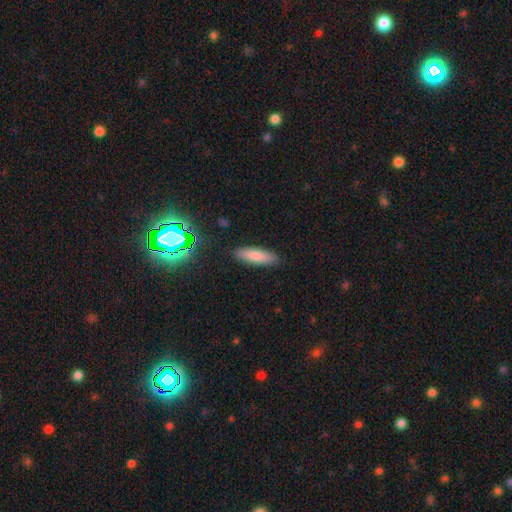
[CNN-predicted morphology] Smooth or featured?
  - smooth: 81% *
  - featured or disk: 11%
  - star or artifact: 8%
How rounded?
  - cigar-shaped: 61% *
  - in between: 38%
  - round: 2%
Merging?
  - none: 88% *
  - minor disturbance: 9%
  - major disturbance: 2%
  - merger: 1%